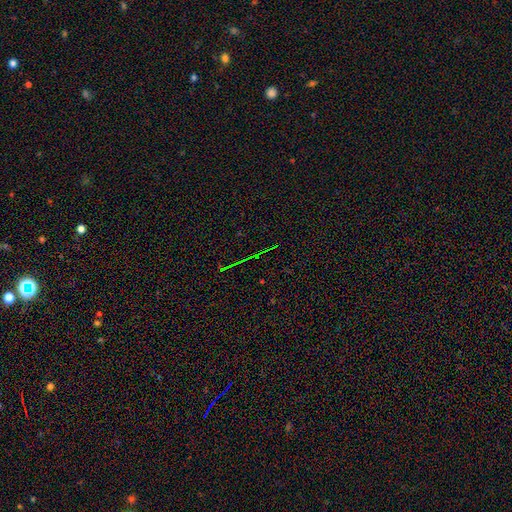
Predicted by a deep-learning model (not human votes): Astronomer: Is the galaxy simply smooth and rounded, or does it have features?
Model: star or artifact — 77%.